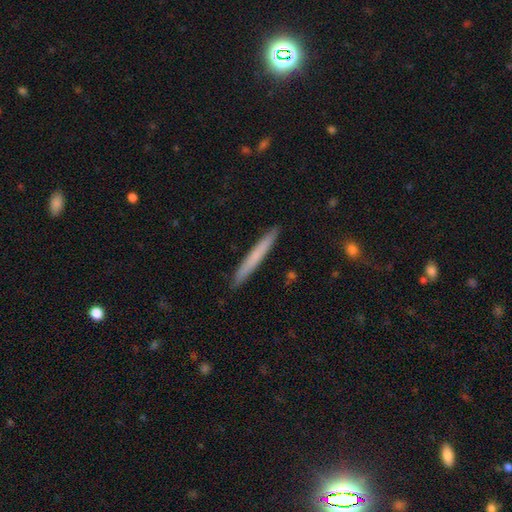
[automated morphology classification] This appears to be a smooth galaxy with no disk features (65%) that is cigar-shaped (97%). Merging: none (91%).